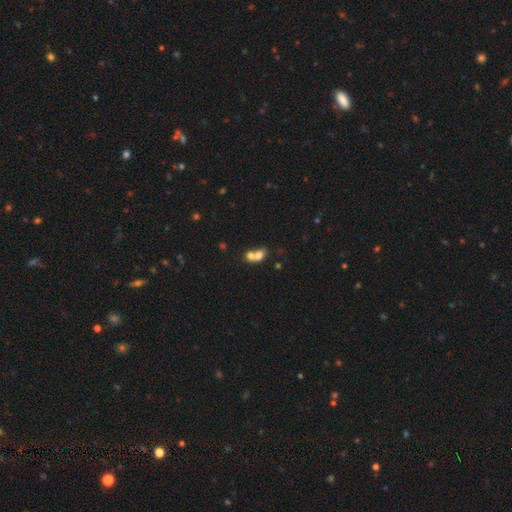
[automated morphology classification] Smooth or featured: smooth — 70% (featured or disk — 19%)
How rounded: in between — 56% (round — 42%)
Merging: merger — 73% (none — 18%)